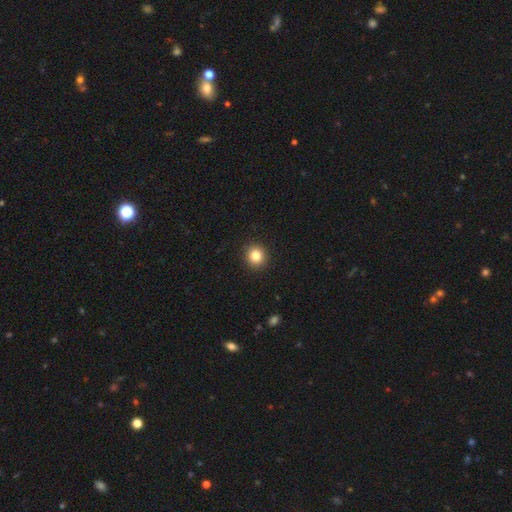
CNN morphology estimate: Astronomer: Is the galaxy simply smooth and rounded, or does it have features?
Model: smooth — 83%.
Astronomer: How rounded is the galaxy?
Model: round — 90%.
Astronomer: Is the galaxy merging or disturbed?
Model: none — 92%.